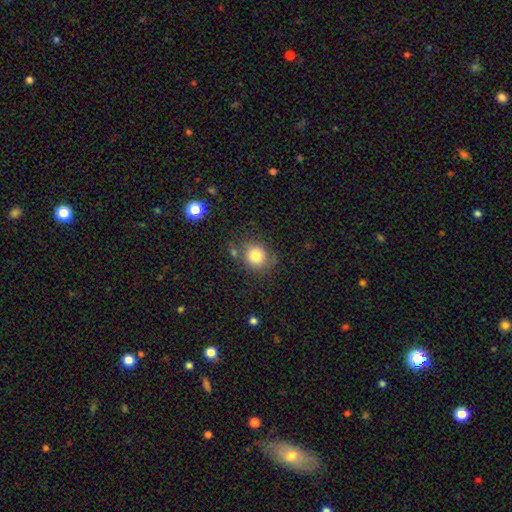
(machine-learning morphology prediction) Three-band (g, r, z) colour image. It shows a smooth galaxy with no disk features (80%) that is round (77%). Merging: none (70%).